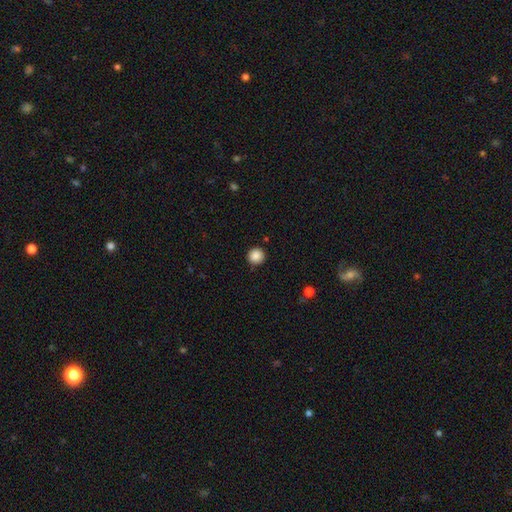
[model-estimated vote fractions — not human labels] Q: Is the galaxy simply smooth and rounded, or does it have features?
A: smooth — 87%.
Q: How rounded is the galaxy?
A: round — 95%.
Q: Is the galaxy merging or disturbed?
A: none — 90%.